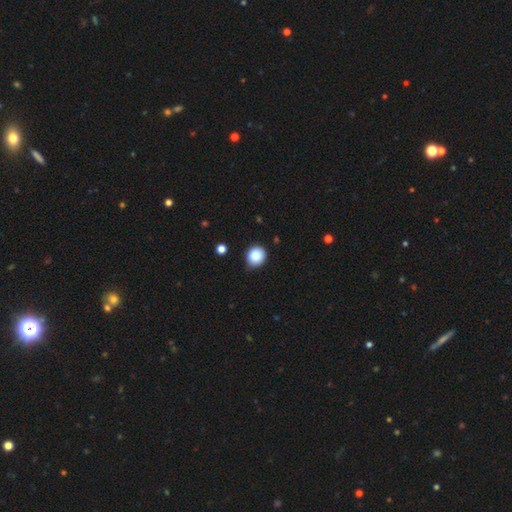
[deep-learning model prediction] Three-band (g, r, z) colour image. It shows a smooth galaxy with no disk features (87%) that is round (84%). Merging: none (81%).